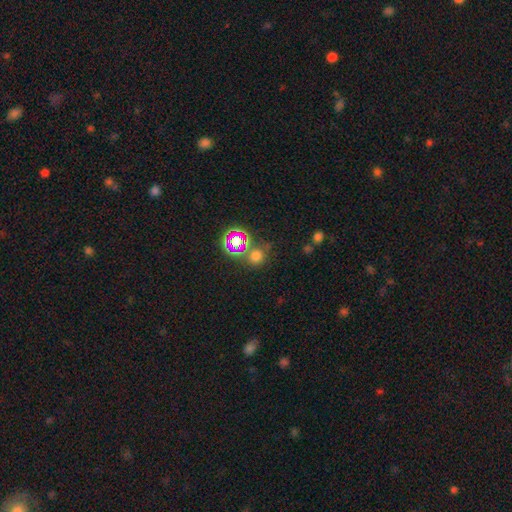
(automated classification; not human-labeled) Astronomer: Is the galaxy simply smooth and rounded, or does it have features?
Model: smooth — 56% (runner-up: star or artifact, 36%).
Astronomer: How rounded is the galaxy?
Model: round — 82%.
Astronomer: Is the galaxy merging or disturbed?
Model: none — 65%.